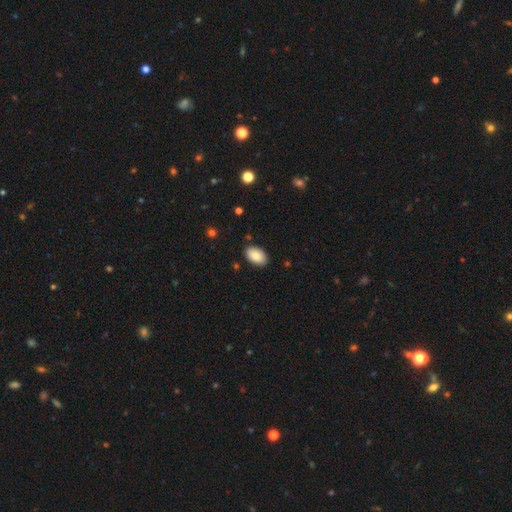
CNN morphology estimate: Smooth or featured: smooth — 85% (featured or disk — 8%)
How rounded: in between — 93% (round — 6%)
Merging: none — 86% (minor disturbance — 11%)